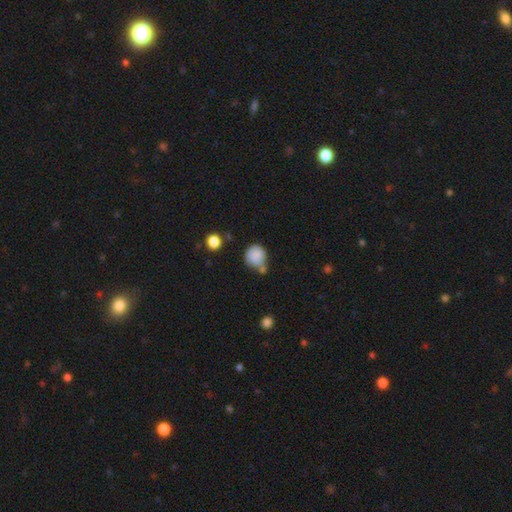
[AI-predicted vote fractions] The model was most divided on "merging": none: 44%, minor disturbance: 25%, merger: 22%, major disturbance: 9%. More confident: how rounded — round (84%); smooth or featured — smooth (84%).